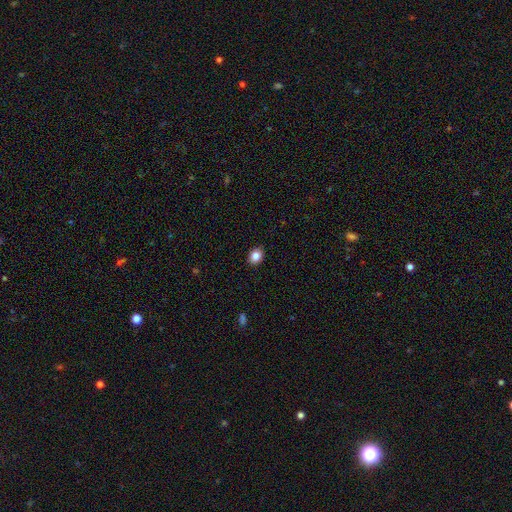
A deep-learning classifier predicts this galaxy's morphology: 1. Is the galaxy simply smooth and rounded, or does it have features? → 84% smooth, 10% star or artifact, 6% featured or disk.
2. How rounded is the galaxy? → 59% in between, 40% round, 1% cigar-shaped.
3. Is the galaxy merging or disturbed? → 90% none, 8% minor disturbance, 2% major disturbance, 1% merger.